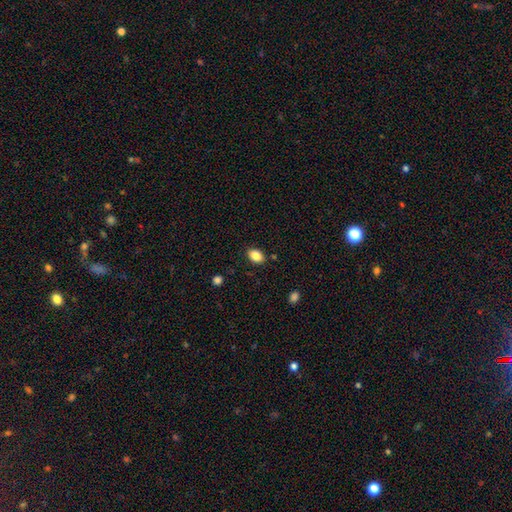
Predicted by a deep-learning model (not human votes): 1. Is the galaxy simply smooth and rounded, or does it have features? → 86% smooth, 9% star or artifact, 5% featured or disk.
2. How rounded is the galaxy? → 83% in between, 16% round, 1% cigar-shaped.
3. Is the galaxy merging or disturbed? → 85% none, 10% minor disturbance, 2% major disturbance, 2% merger.